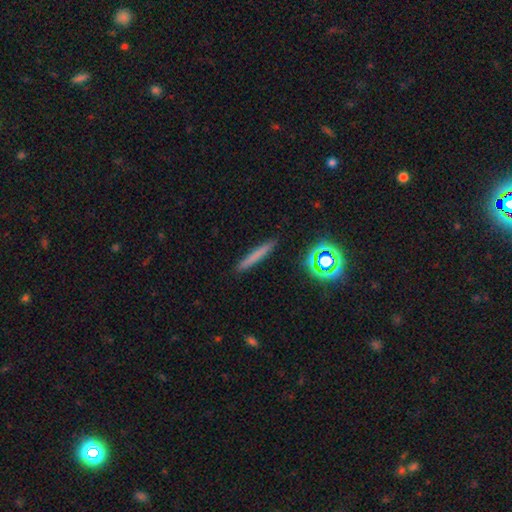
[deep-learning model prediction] Morphology: type=smooth (66%); roundness=cigar-shaped (94%); merging=none (90%).